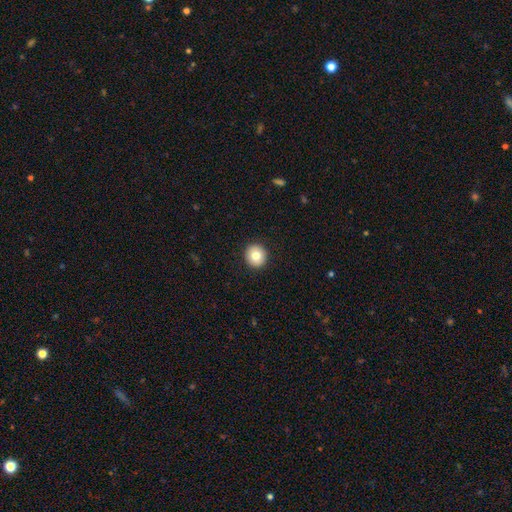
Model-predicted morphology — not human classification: Overall: smooth (81%). How rounded: round (93%). Merging: none (93%).